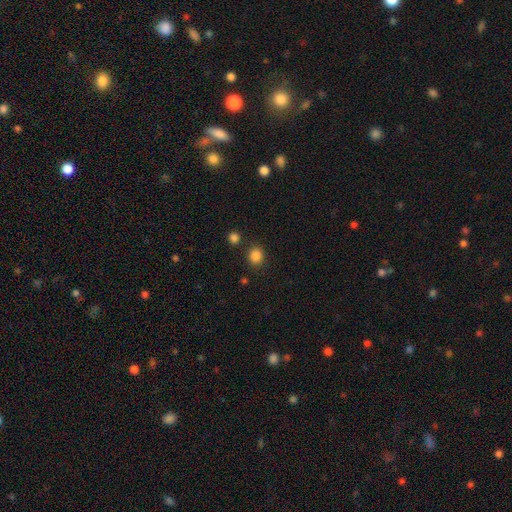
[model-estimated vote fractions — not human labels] smooth_or_featured: smooth (p=0.85) [alt: star or artifact p=0.12]
how_rounded: round (p=0.77) [alt: in between p=0.22]
merging: none (p=0.84) [alt: minor disturbance p=0.08]